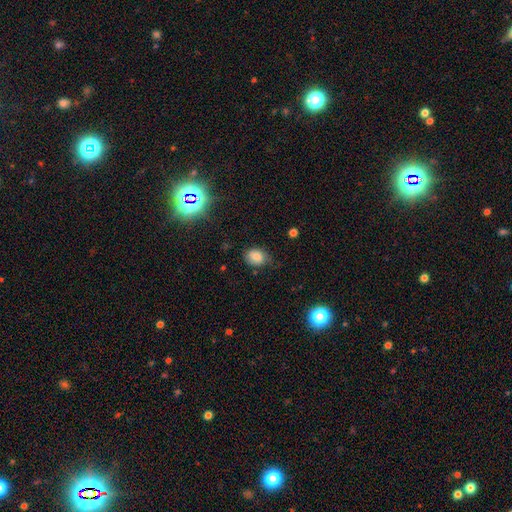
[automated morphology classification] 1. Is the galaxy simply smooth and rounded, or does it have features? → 73% smooth, 14% featured or disk, 12% star or artifact.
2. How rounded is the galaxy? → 58% in between, 41% round, 1% cigar-shaped.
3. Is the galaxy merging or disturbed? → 62% none, 29% minor disturbance, 7% major disturbance, 2% merger.